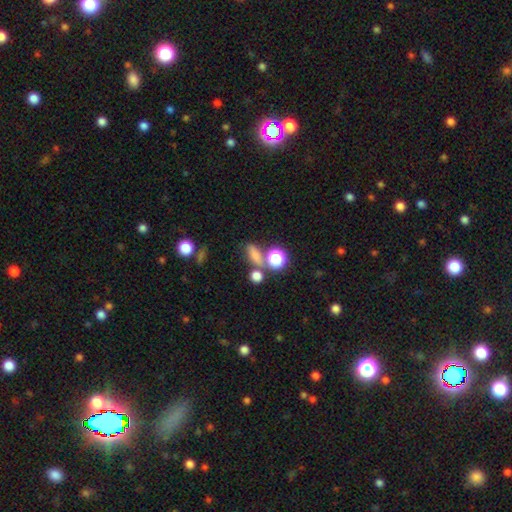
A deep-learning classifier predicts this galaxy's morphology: Smooth or featured: smooth — 69% (star or artifact — 20%)
How rounded: in between — 48% (round — 31%)
Merging: none — 59% (merger — 22%)